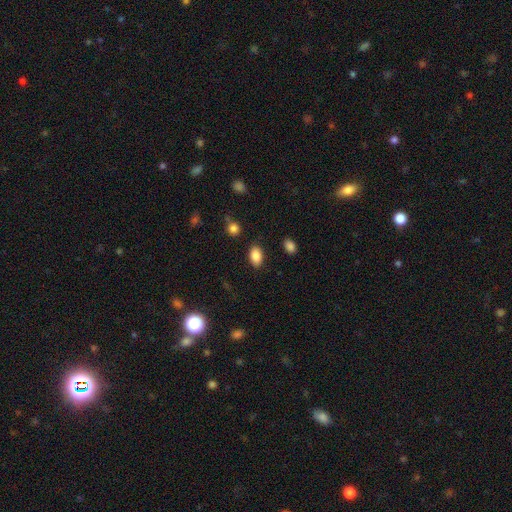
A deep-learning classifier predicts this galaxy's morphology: The model was most divided on "merging": none: 85%, minor disturbance: 10%, major disturbance: 3%, merger: 2%. More confident: how rounded — in between (91%); smooth or featured — smooth (87%).